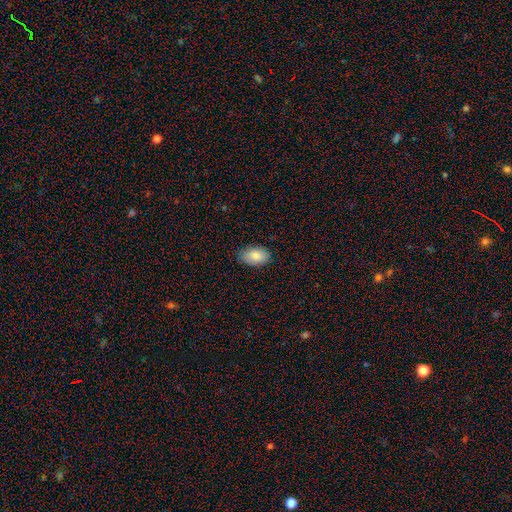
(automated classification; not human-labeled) Smooth or featured? Predicted: smooth (p=0.85). How rounded? Predicted: in between (p=0.93). Merging? Predicted: none (p=0.84).